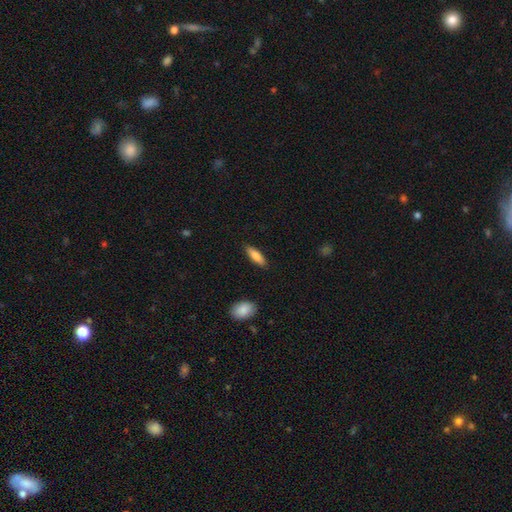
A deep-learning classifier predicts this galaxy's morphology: Smooth or featured? smooth (79%)
How rounded? cigar-shaped (53%)
Merging? none (88%)